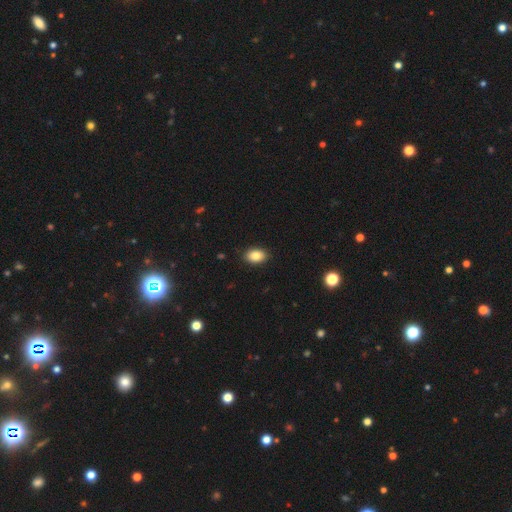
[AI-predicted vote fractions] Smooth or featured: smooth — 85% (star or artifact — 8%)
How rounded: in between — 86% (round — 13%)
Merging: none — 89% (minor disturbance — 8%)